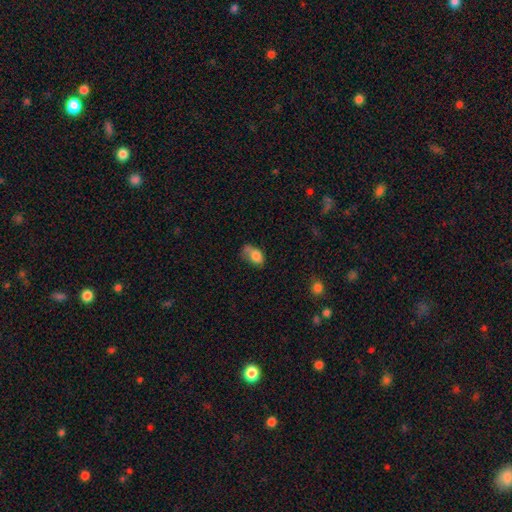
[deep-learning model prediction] smooth-or-featured: smooth: 77% | featured or disk: 14% | star or artifact: 9%
  how-rounded: in between: 83% | round: 15% | cigar-shaped: 2%
  merging: minor disturbance: 35% | none: 33% | major disturbance: 21% | merger: 11%